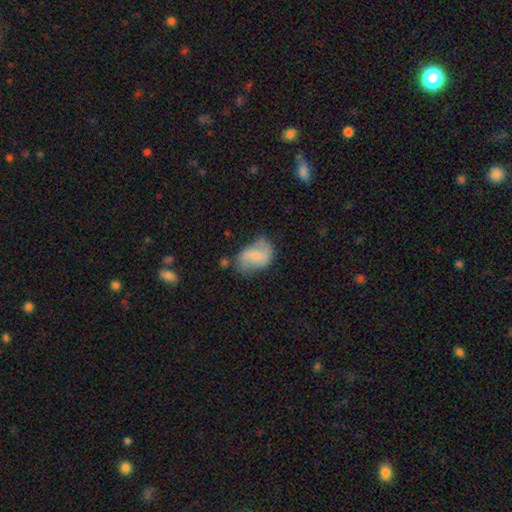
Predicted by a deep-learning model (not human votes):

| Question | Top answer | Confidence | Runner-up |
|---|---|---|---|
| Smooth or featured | smooth | 51% | featured or disk (42%) |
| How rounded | in between | 84% | round (14%) |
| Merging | none | 51% | minor disturbance (32%) |